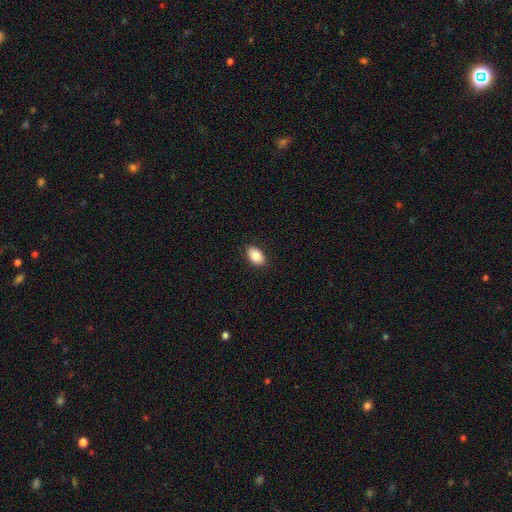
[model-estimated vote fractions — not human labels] Smooth or featured? Predicted: smooth (p=0.84). How rounded? Predicted: in between (p=0.89). Merging? Predicted: none (p=0.89).